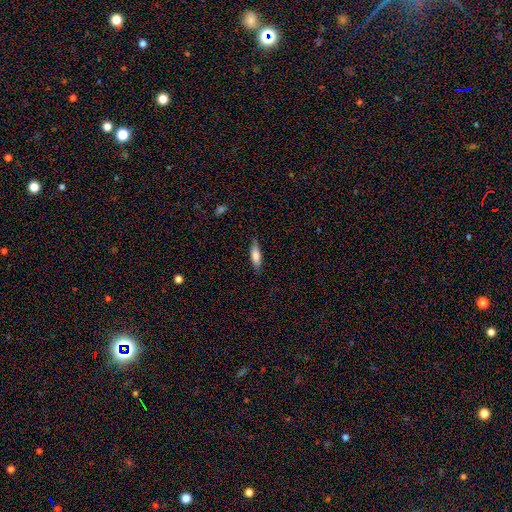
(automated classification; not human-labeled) Smooth or featured? smooth (79%)
How rounded? cigar-shaped (53%)
Merging? none (82%)